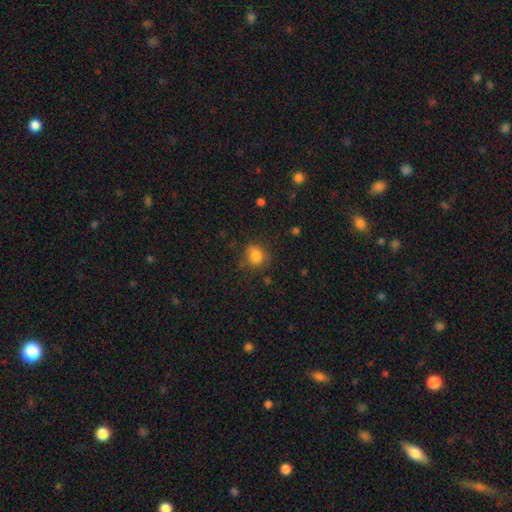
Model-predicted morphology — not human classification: smooth_or_featured: smooth (p=0.83) [alt: star or artifact p=0.11]
how_rounded: round (p=0.77) [alt: in between p=0.22]
merging: none (p=0.74) [alt: minor disturbance p=0.18]